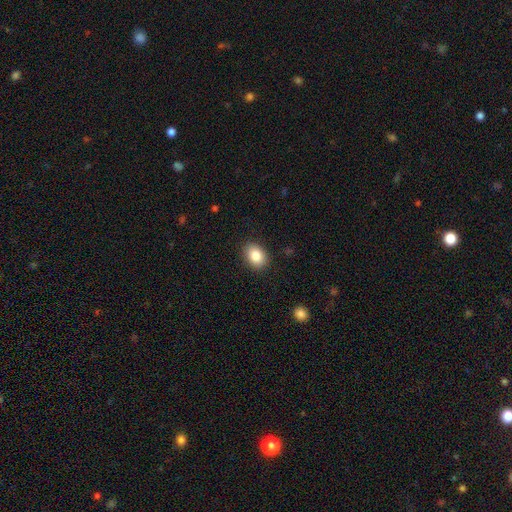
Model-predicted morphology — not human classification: smooth_or_featured: smooth (p=0.86) [alt: star or artifact p=0.08]
how_rounded: in between (p=0.73) [alt: round p=0.26]
merging: none (p=0.88) [alt: minor disturbance p=0.08]